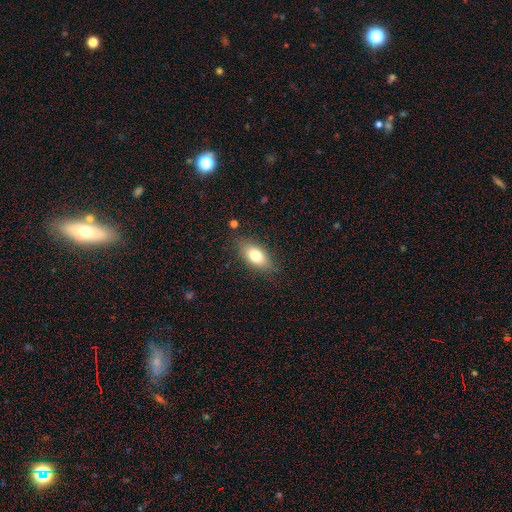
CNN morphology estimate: The model was most divided on "smooth or featured": smooth: 75%, featured or disk: 16%, star or artifact: 8%. More confident: how rounded — in between (85%); merging — none (81%).